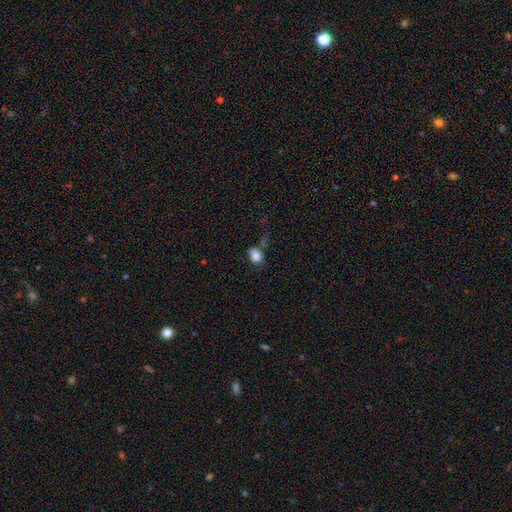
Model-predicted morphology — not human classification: A smooth galaxy with no disk features (83%) that is in between round and cigar-shaped (66%). Merging: none (51%).